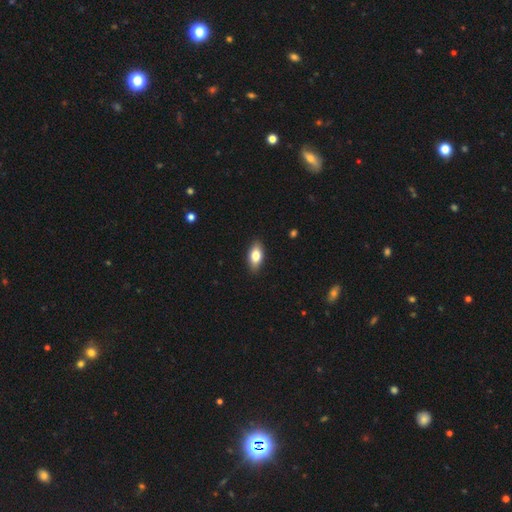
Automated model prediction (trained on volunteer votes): smooth-or-featured: smooth: 79% | featured or disk: 14% | star or artifact: 7%
  how-rounded: in between: 88% | cigar-shaped: 8% | round: 5%
  merging: none: 88% | minor disturbance: 9% | major disturbance: 2% | merger: 1%